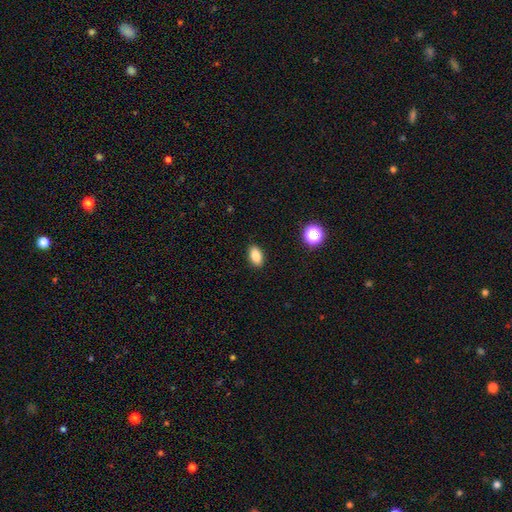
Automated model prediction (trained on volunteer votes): Smooth or featured?
  - smooth: 86% *
  - star or artifact: 9%
  - featured or disk: 5%
How rounded?
  - in between: 91% *
  - round: 6%
  - cigar-shaped: 3%
Merging?
  - none: 90% *
  - minor disturbance: 7%
  - major disturbance: 2%
  - merger: 1%